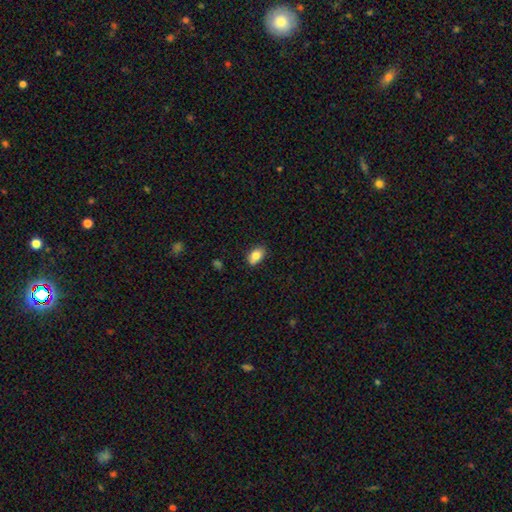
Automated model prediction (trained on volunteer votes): smooth 83%, featured or disk 9%, star or artifact 8%. Down the decision tree: how rounded — in between (88%); merging — none (80%).